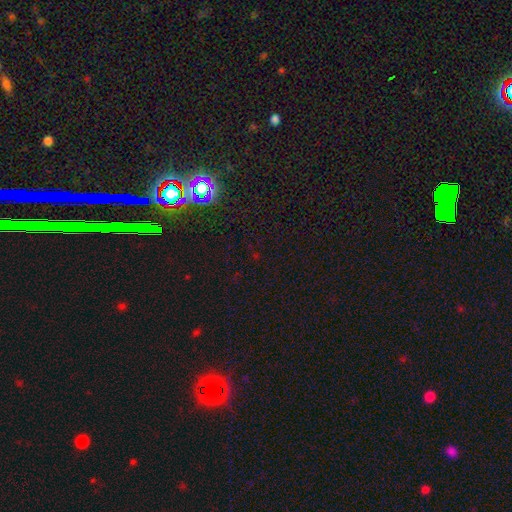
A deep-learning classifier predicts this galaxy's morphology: A star or artifact, not a galaxy (73%).